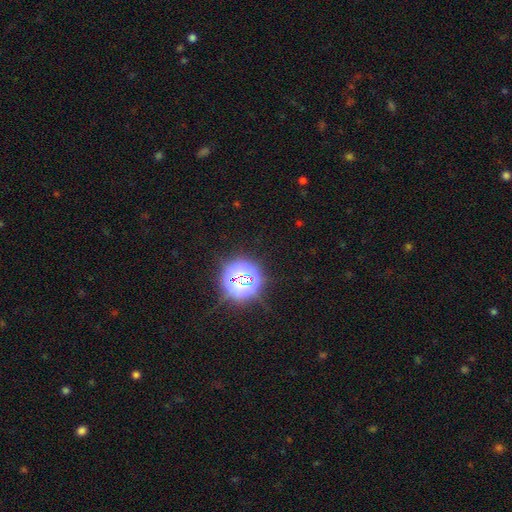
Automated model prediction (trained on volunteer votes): This appears to be a star or artifact, not a galaxy (82%).